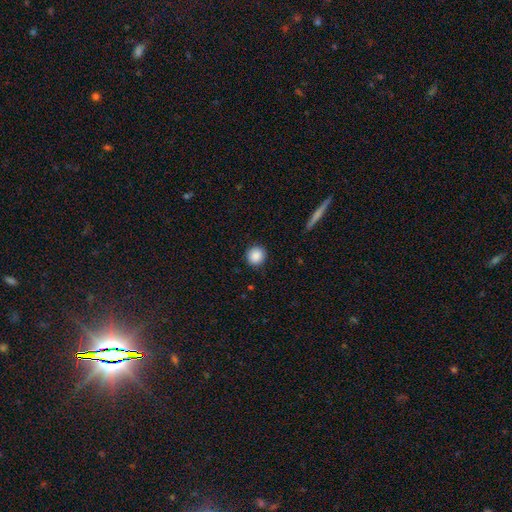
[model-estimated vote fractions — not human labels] This appears to be a smooth galaxy with no disk features (88%) that is round (92%). Merging: none (90%).